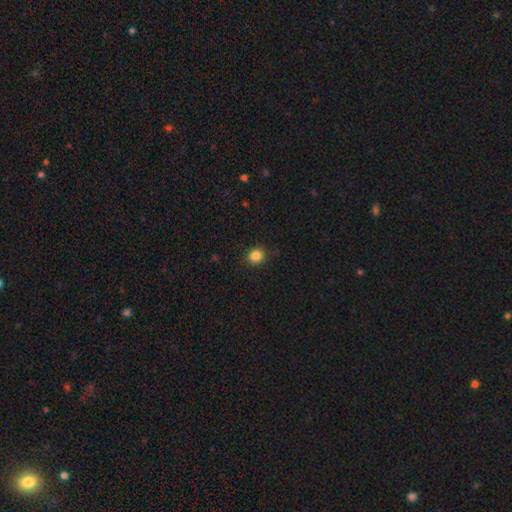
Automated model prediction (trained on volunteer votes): This is clearly a smooth galaxy (85%). How rounded: clearly round (81%). Merging: clearly none (89%).